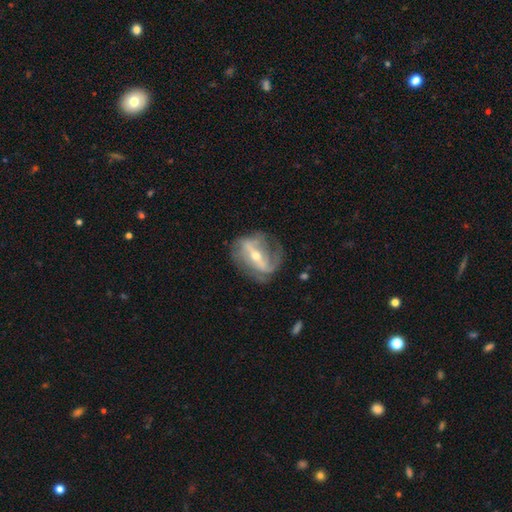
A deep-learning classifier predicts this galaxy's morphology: The model was most divided on "bulge size": moderate: 51%, small: 46%, large: 2%, none: 1%, dominant: 1%. Remaining: edge-on disk — no (91%); smooth or featured — featured or disk (83%); spiral arms — yes (82%); bar — strong (62%); merging — none (59%); spiral arm count — 2 (59%); spiral winding — medium (39%).